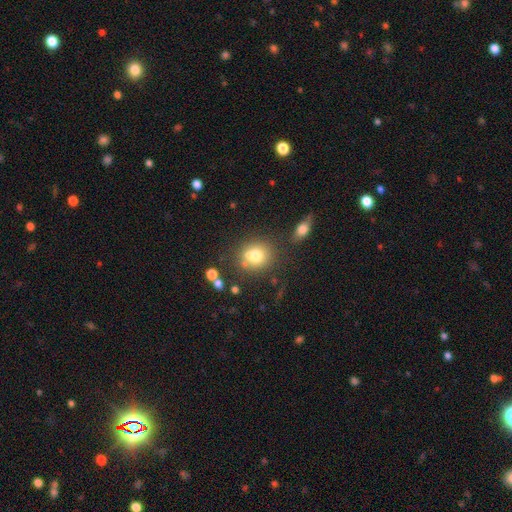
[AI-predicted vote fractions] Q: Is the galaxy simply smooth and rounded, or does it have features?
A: smooth — 72%.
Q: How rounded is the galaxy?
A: round — 80%.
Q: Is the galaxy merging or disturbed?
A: none — 60%.